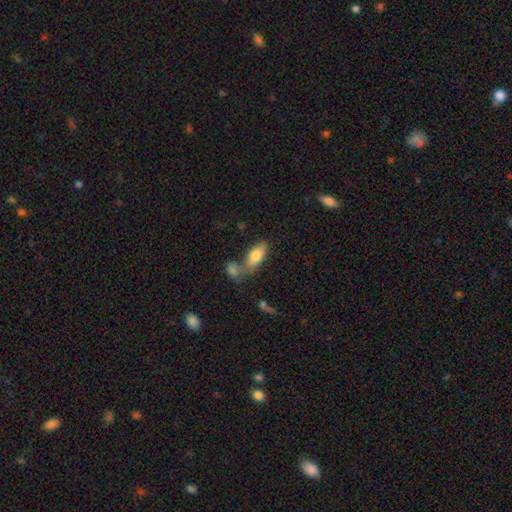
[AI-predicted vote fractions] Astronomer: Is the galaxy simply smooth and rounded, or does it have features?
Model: smooth — 80%.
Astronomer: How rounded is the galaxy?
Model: in between — 86%.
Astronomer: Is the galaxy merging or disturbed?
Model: none — 42% (runner-up: merger, 36%).